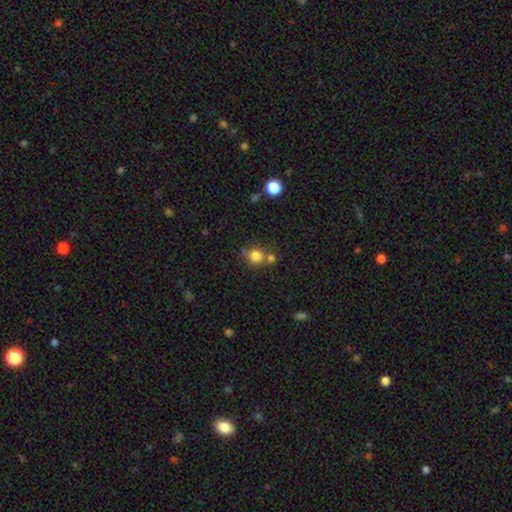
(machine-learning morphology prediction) A smooth galaxy with no disk features (79%) that is round (84%). Merging: none (57%).